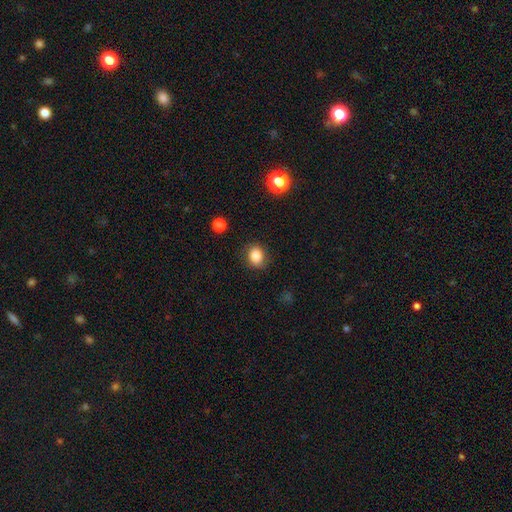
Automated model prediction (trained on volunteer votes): A smooth galaxy with no disk features (85%) that is round (61%). Merging: none (83%).